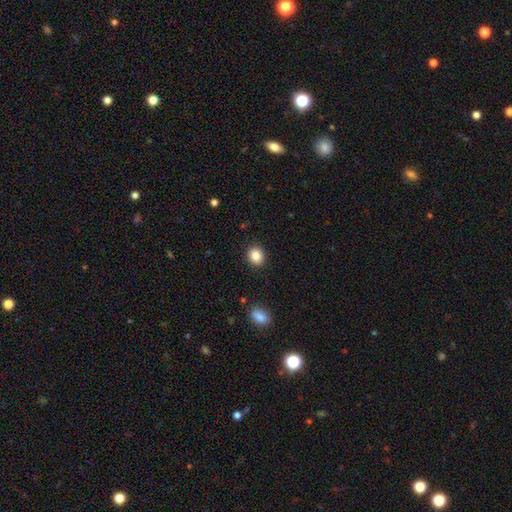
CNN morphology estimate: smooth_or_featured: smooth (p=0.86) [alt: star or artifact p=0.09]
how_rounded: round (p=0.72) [alt: in between p=0.27]
merging: none (p=0.91) [alt: minor disturbance p=0.06]